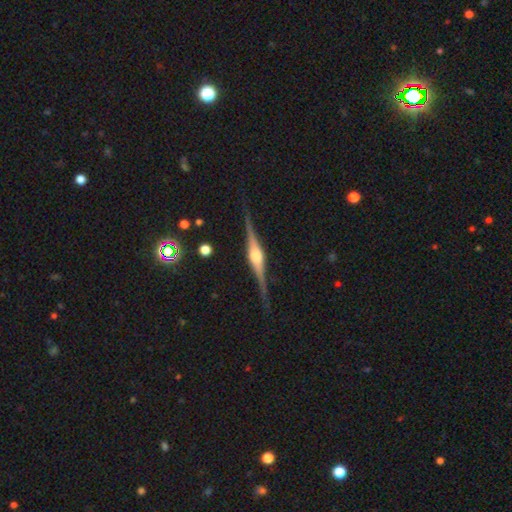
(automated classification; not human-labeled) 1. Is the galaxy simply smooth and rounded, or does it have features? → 87% featured or disk, 8% smooth, 5% star or artifact.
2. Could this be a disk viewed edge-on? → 98% yes, 2% no.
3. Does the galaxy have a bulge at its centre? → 89% rounded, 9% boxy, 2% none.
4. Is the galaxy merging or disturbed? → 86% none, 10% minor disturbance, 2% major disturbance, 1% merger.